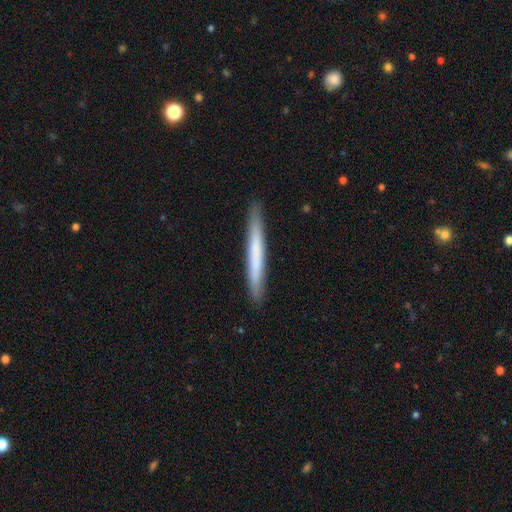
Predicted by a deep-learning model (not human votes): Smooth or featured?
  - smooth: 62% *
  - featured or disk: 32%
  - star or artifact: 6%
How rounded?
  - cigar-shaped: 97% *
  - in between: 2%
  - round: 1%
Merging?
  - none: 91% *
  - minor disturbance: 7%
  - major disturbance: 1%
  - merger: 1%